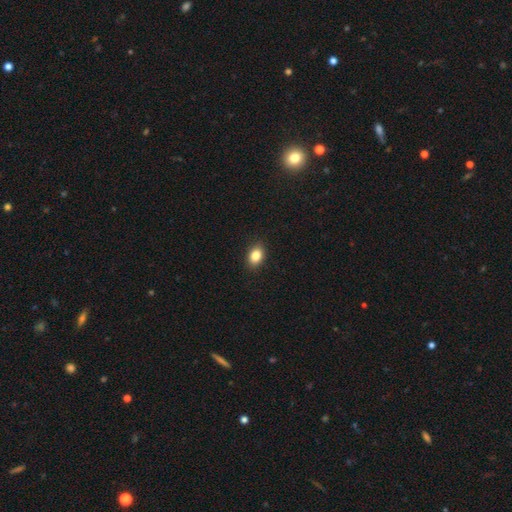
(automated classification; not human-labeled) Overall: smooth (84%). How rounded: in between (75%). Merging: none (89%).